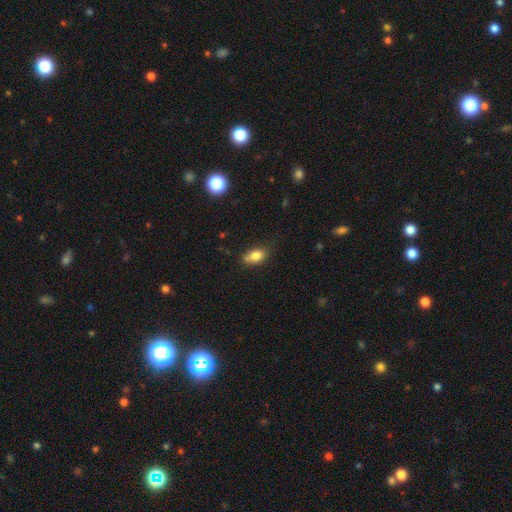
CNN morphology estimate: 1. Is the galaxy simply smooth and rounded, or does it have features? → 80% smooth, 11% featured or disk, 9% star or artifact.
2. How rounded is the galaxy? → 82% in between, 14% round, 4% cigar-shaped.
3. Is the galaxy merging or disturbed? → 57% none, 28% minor disturbance, 8% merger, 7% major disturbance.